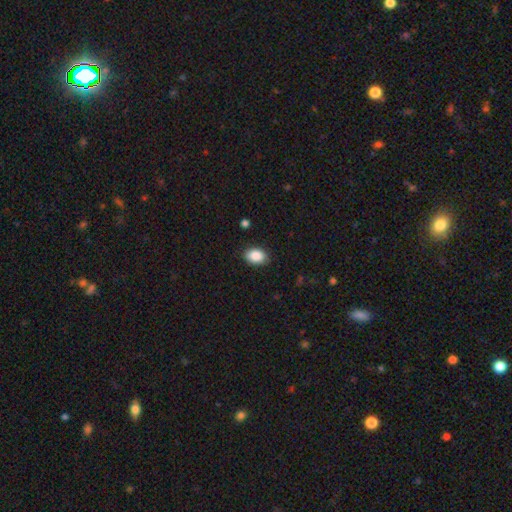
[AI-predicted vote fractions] Overall: smooth (89%). How rounded: in between (83%). Merging: none (87%).